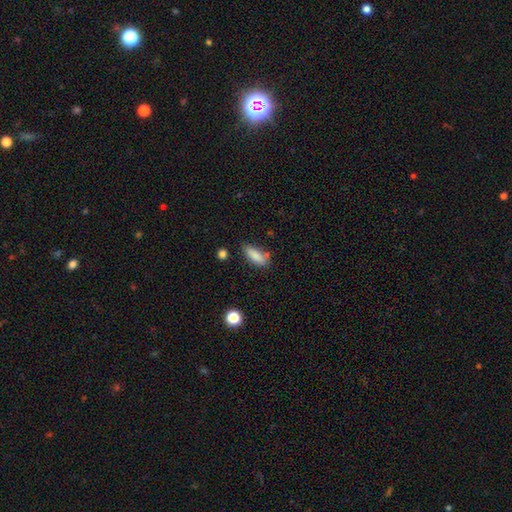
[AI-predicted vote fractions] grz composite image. It shows a smooth galaxy with no disk features (83%) that is in between round and cigar-shaped (72%). Merging: none (59%).